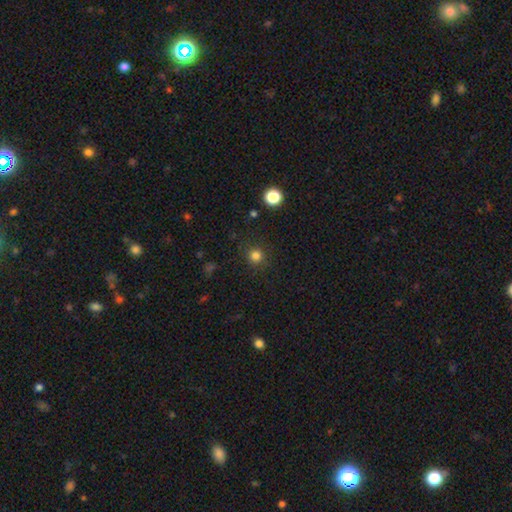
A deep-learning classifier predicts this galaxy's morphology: This is clearly a smooth galaxy (81%). How rounded: clearly round (94%). Merging: clearly none (89%).